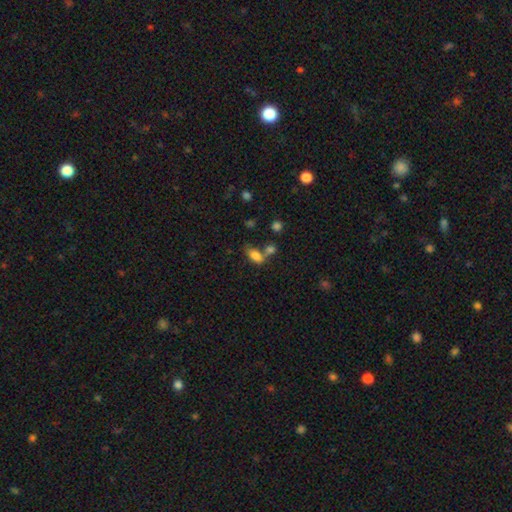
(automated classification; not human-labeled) smooth_or_featured: smooth (p=0.79) [alt: star or artifact p=0.11]
how_rounded: in between (p=0.88) [alt: round p=0.07]
merging: none (p=0.42) [alt: merger p=0.36]